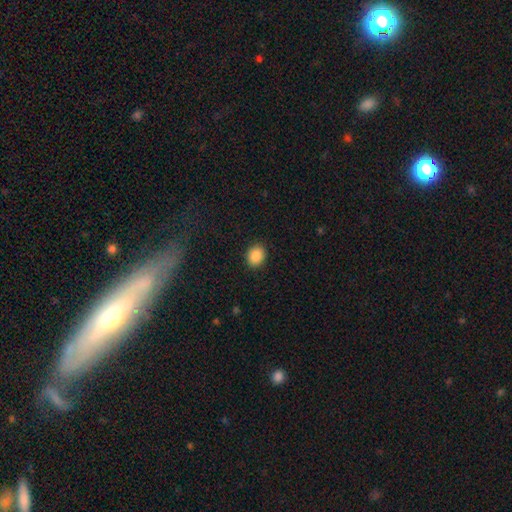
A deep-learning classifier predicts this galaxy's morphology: smooth_or_featured: smooth (p=0.88) [alt: star or artifact p=0.08]
how_rounded: round (p=0.54) [alt: in between p=0.45]
merging: none (p=0.90) [alt: minor disturbance p=0.07]